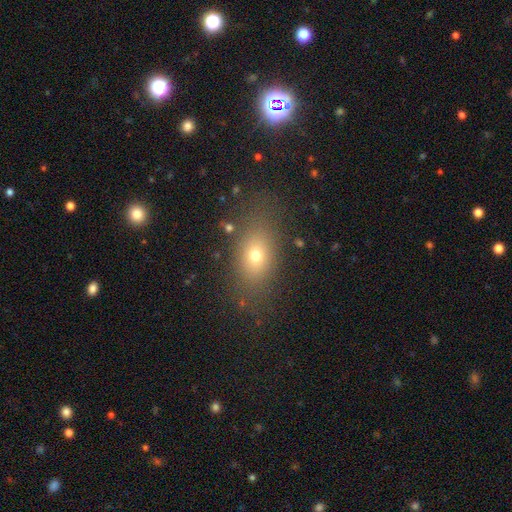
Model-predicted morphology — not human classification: Smooth or featured?
  - smooth: 69% *
  - star or artifact: 16%
  - featured or disk: 16%
How rounded?
  - in between: 73% *
  - round: 23%
  - cigar-shaped: 4%
Merging?
  - none: 77% *
  - minor disturbance: 13%
  - major disturbance: 8%
  - merger: 2%